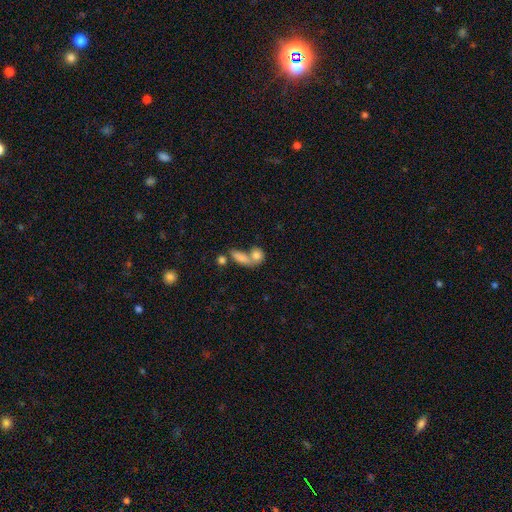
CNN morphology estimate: Smooth or featured: smooth — 79% (featured or disk — 12%)
How rounded: in between — 53% (round — 41%)
Merging: merger — 56% (none — 30%)